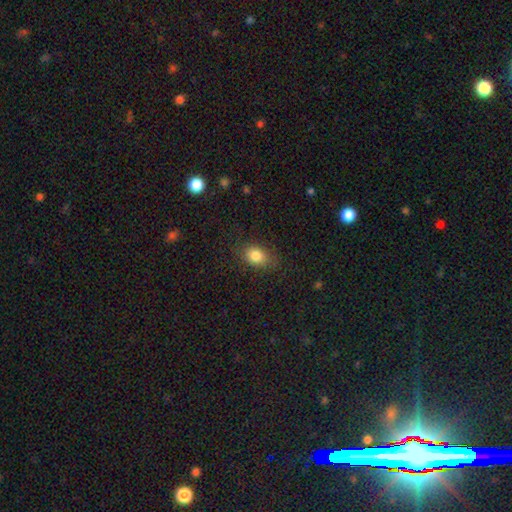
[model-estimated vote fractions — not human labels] Morphology: type=smooth (83%); roundness=in between (63%); merging=none (77%).